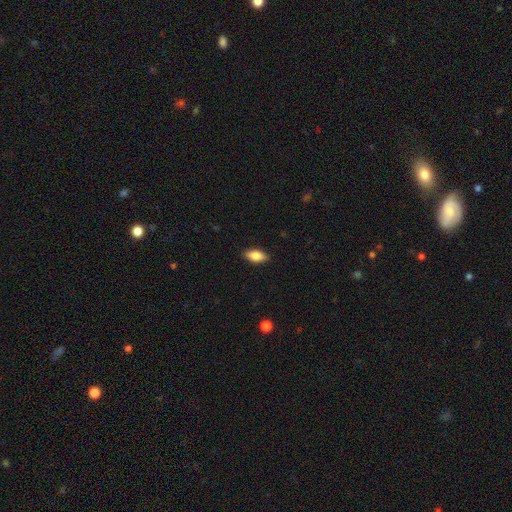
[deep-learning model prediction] Smooth or featured? smooth (82%)
How rounded? in between (88%)
Merging? none (88%)